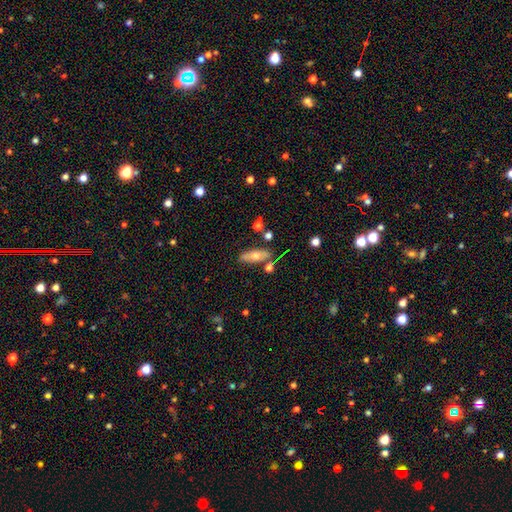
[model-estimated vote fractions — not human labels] Smooth or featured: smooth — 53% (featured or disk — 38%)
How rounded: in between — 65% (cigar-shaped — 31%)
Merging: none — 66% (minor disturbance — 18%)